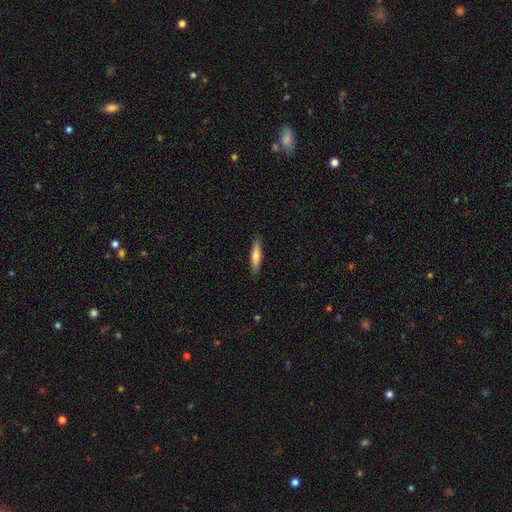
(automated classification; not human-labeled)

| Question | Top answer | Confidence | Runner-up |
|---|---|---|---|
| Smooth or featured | smooth | 66% | featured or disk (29%) |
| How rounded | cigar-shaped | 84% | in between (14%) |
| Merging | none | 89% | minor disturbance (9%) |